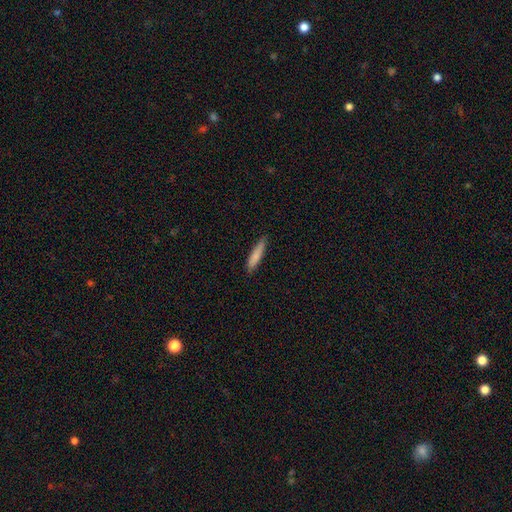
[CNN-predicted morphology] The model was most divided on "smooth or featured": smooth: 81%, featured or disk: 13%, star or artifact: 6%. More confident: how rounded — cigar-shaped (85%); merging — none (85%).